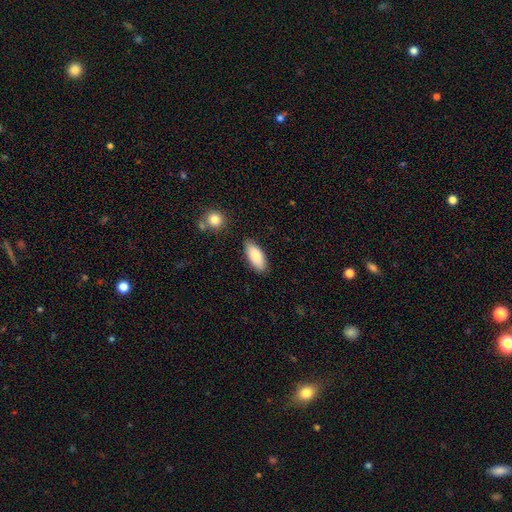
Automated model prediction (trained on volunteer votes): Smooth or featured? smooth (86%)
How rounded? in between (83%)
Merging? none (85%)